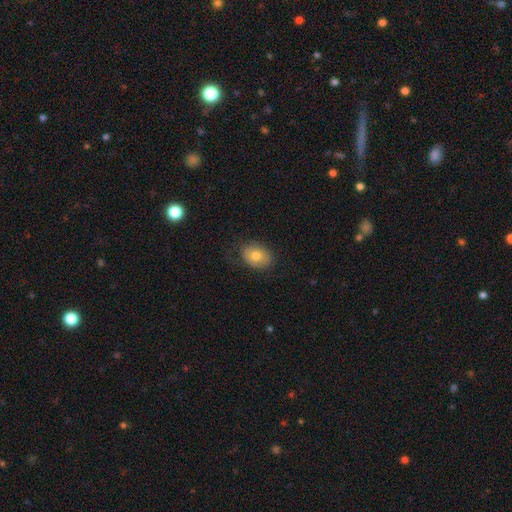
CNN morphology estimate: Smooth or featured: smooth — 75% (featured or disk — 17%)
How rounded: in between — 69% (round — 31%)
Merging: none — 74% (minor disturbance — 19%)